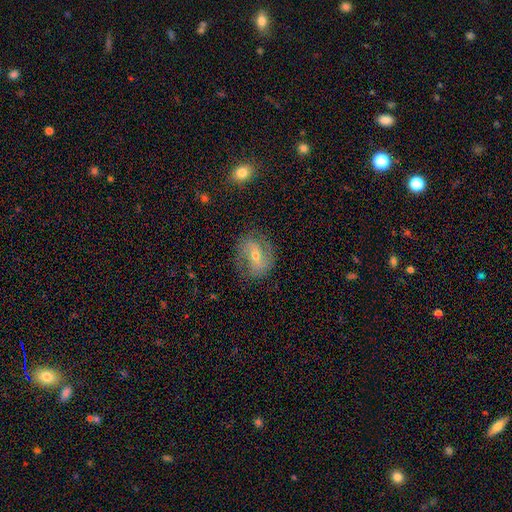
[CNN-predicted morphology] This is likely a featured or disk galaxy (70%). It is clearly not viewed edge-on (96%). Bar: marginally weak (42%). Spiral arm pattern: clearly yes (86%). Spiral arm count: clearly 2 (82%). Spiral winding: marginally medium (45%). Central bulge: possibly moderate (48%, tied with small). Merging: likely none (75%).